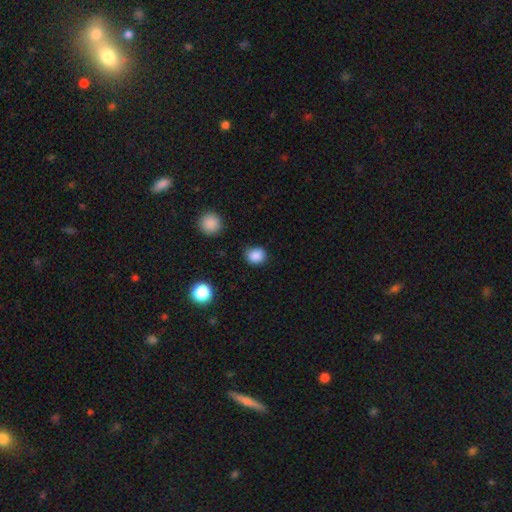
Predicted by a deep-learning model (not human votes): Morphology: type=smooth (86%); roundness=round (79%); merging=none (84%).